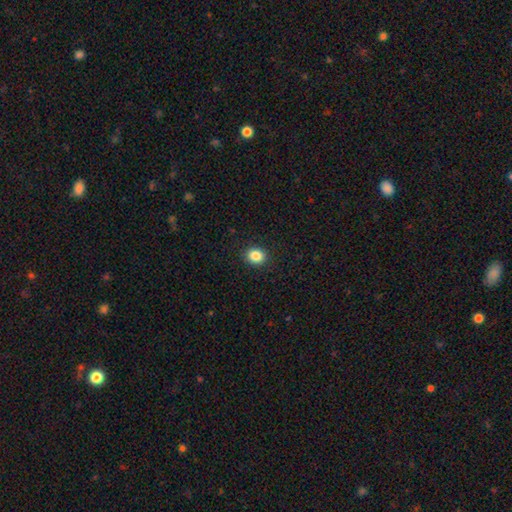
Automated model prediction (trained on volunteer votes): smooth-or-featured: smooth: 85% | star or artifact: 10% | featured or disk: 4%
  how-rounded: round: 69% | in between: 30% | cigar-shaped: 1%
  merging: none: 91% | minor disturbance: 6% | major disturbance: 2% | merger: 1%